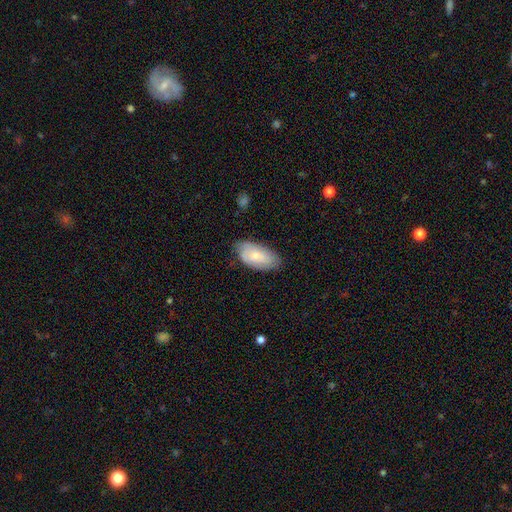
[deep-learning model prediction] Smooth or featured? smooth (71%)
How rounded? in between (95%)
Merging? none (71%)